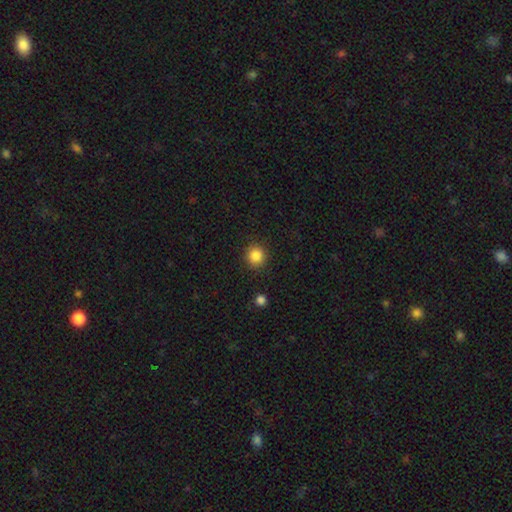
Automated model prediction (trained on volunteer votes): smooth-or-featured: smooth: 86% | star or artifact: 11% | featured or disk: 4%
  how-rounded: round: 91% | in between: 8% | cigar-shaped: 1%
  merging: none: 90% | minor disturbance: 6% | major disturbance: 2% | merger: 1%